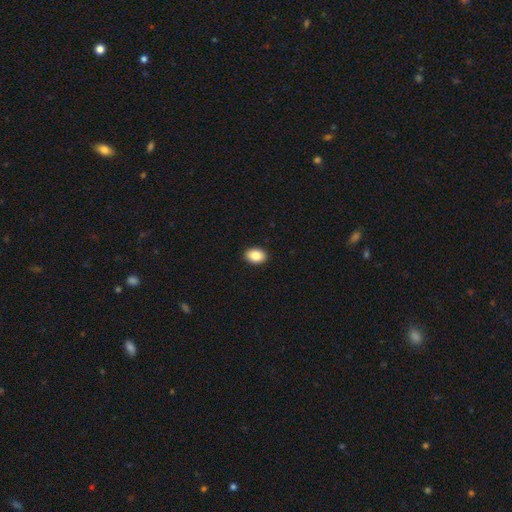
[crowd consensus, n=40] smooth-or-featured: smooth: 90% | star or artifact: 8% | featured or disk: 2%
  how-rounded: in between: 78% | round: 22% | cigar-shaped: 0%
  merging: none: 97% | major disturbance: 3% | minor disturbance: 0% | merger: 0%